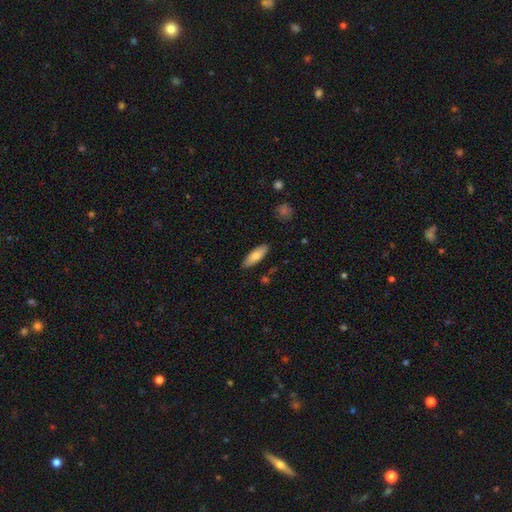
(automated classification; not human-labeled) Morphology: type=smooth (77%); roundness=in between (58%); merging=none (87%).